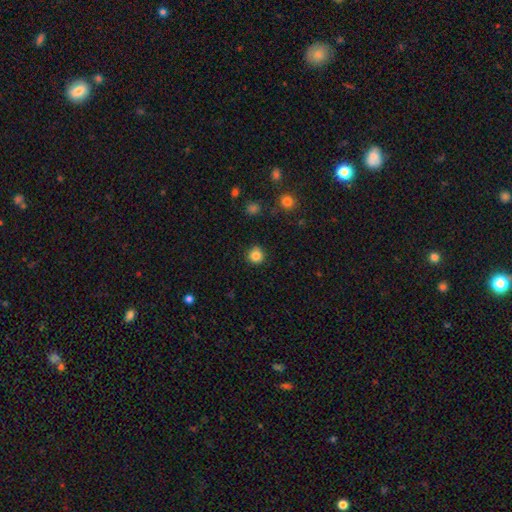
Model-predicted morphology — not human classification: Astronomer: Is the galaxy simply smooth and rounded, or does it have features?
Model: smooth — 85%.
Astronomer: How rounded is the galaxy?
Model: round — 93%.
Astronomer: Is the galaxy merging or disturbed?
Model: none — 90%.